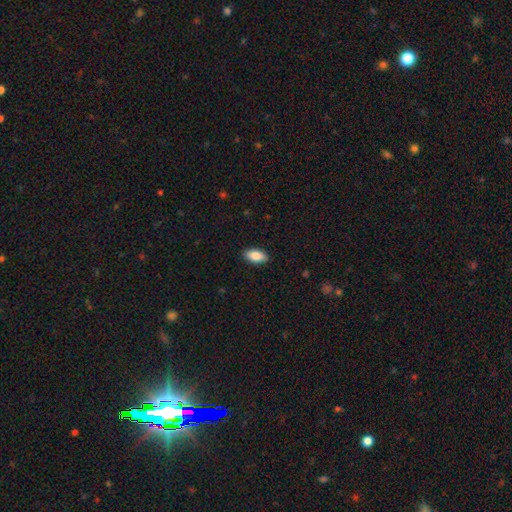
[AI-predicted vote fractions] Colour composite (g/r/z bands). It shows a smooth galaxy with no disk features (86%) that is in between round and cigar-shaped (93%). Merging: none (90%).